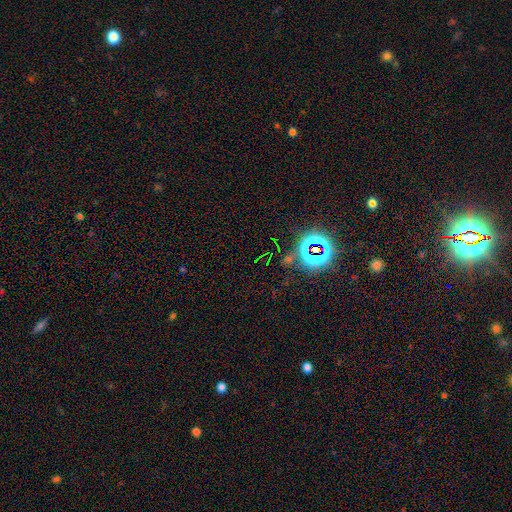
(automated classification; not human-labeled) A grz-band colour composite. It shows a star or artifact, not a galaxy (78%).